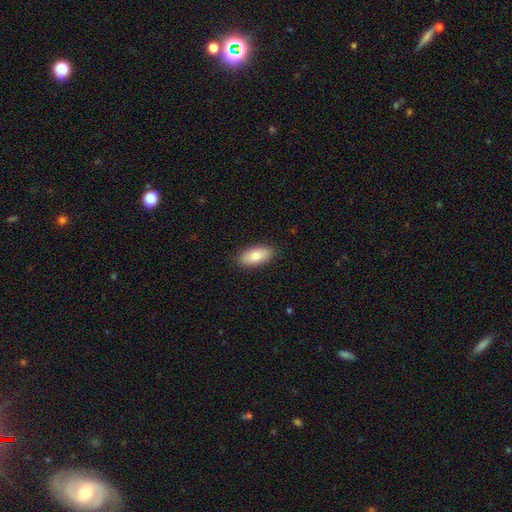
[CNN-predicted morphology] Smooth or featured? smooth (79%)
How rounded? in between (91%)
Merging? none (89%)